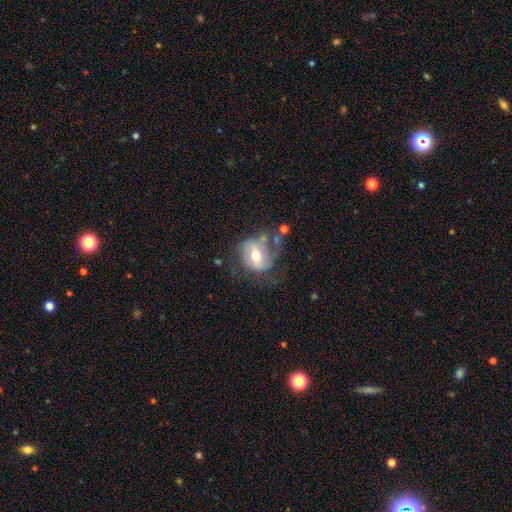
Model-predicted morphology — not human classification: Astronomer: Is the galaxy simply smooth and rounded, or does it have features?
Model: featured or disk — 55% (runner-up: smooth, 37%).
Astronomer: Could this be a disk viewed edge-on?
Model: no — 95%.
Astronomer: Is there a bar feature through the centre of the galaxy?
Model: weak — 42% (runner-up: strong, 29%).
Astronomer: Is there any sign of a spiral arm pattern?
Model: yes — 62% (runner-up: no, 38%).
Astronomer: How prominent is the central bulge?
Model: moderate — 72%.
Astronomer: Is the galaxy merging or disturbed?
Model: none — 45% (runner-up: minor disturbance, 25%).